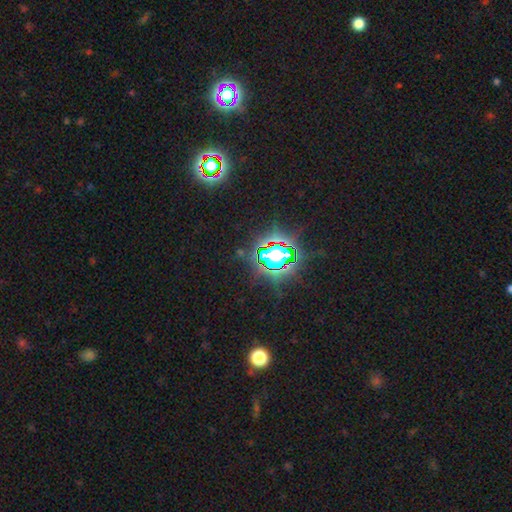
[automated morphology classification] Q: Smooth or featured?
A: star or artifact (82%); runner-up: smooth (11%)